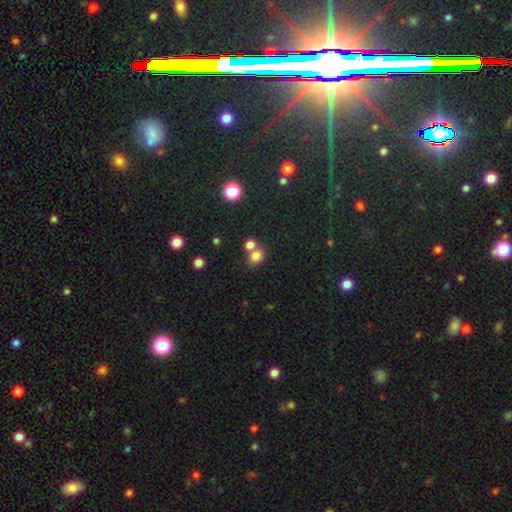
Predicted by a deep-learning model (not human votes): Smooth or featured? smooth (79%)
How rounded? round (50%)
Merging? none (47%)